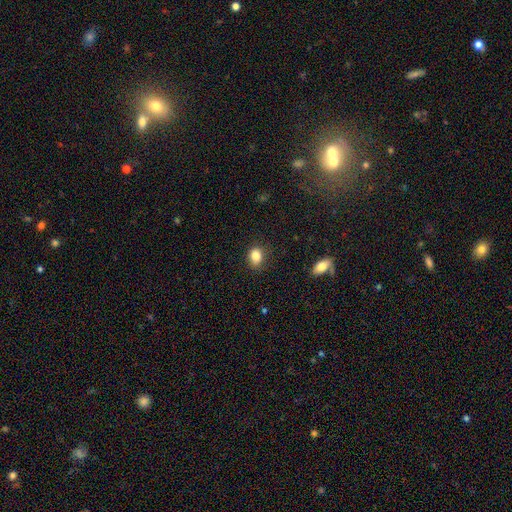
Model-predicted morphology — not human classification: A smooth galaxy with no disk features (85%) that is in between round and cigar-shaped (56%).

Vote fractions:
- Smooth or featured? smooth: 85% / star or artifact: 10% / featured or disk: 6%
- How rounded? in between: 56% / round: 43% / cigar-shaped: 1%
- Merging? none: 80% / minor disturbance: 15% / major disturbance: 3% / merger: 1%